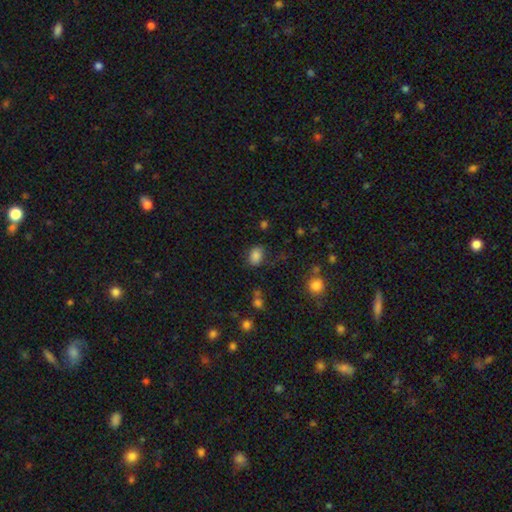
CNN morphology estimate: This is clearly a smooth galaxy (82%). How rounded: likely in between (71%). Merging: likely none (79%).